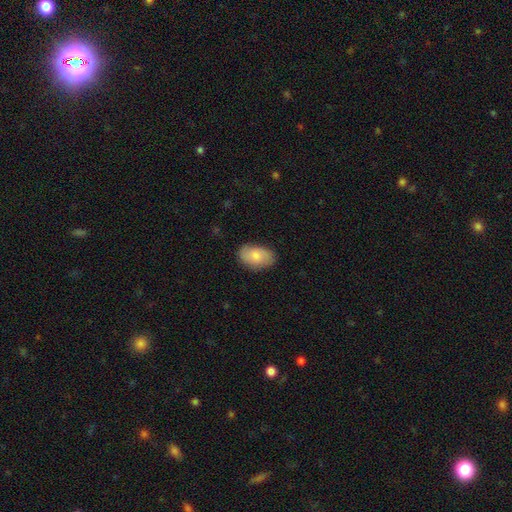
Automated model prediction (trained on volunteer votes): This appears to be a smooth galaxy with no disk features (76%) that is in between round and cigar-shaped (90%). Merging: none (82%).